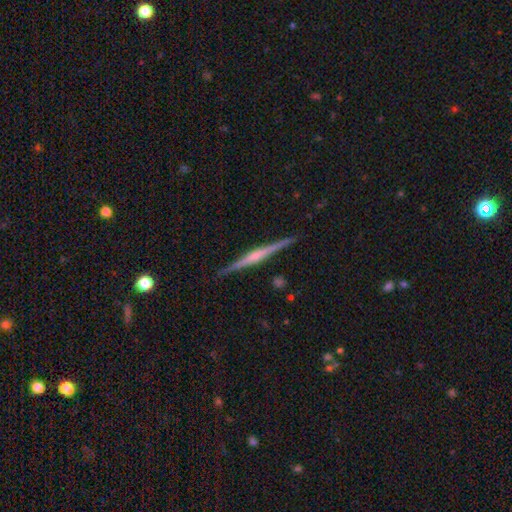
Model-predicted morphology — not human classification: Smooth or featured: featured or disk — 79% (smooth — 15%)
Edge-on disk: yes — 99% (no — 1%)
Edge-on bulge: rounded — 66% (none — 19%)
Merging: none — 91% (minor disturbance — 6%)